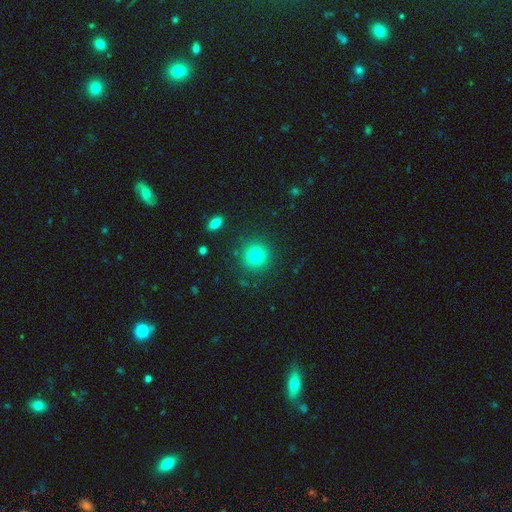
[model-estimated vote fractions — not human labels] Smooth or featured? smooth (79%)
How rounded? round (94%)
Merging? none (89%)